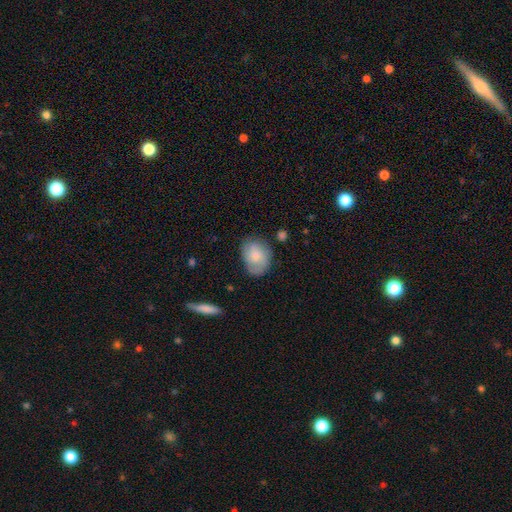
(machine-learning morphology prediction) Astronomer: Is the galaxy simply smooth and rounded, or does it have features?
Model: smooth — 70%.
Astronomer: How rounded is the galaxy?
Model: in between — 66%.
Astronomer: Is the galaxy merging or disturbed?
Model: none — 65%.